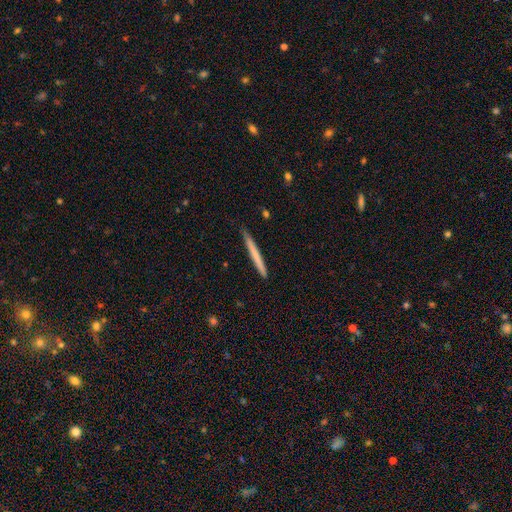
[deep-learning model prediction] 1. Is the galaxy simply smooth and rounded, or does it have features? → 64% smooth, 31% featured or disk, 5% star or artifact.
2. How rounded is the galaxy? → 97% cigar-shaped, 2% in between, 1% round.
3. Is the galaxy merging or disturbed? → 88% none, 10% minor disturbance, 1% major disturbance, 1% merger.